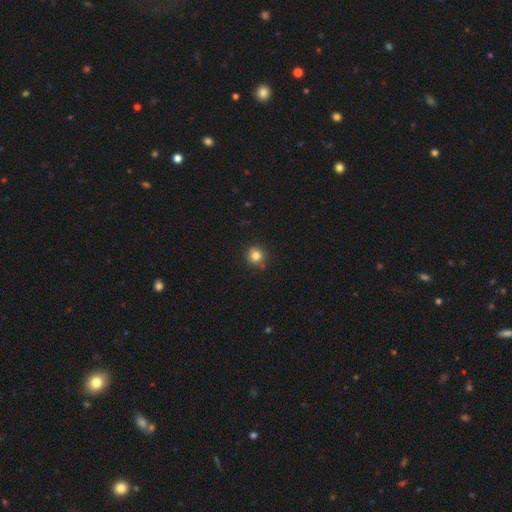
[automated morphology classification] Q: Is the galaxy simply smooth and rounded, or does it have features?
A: smooth — 82%.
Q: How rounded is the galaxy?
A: round — 93%.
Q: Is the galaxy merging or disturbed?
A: none — 87%.